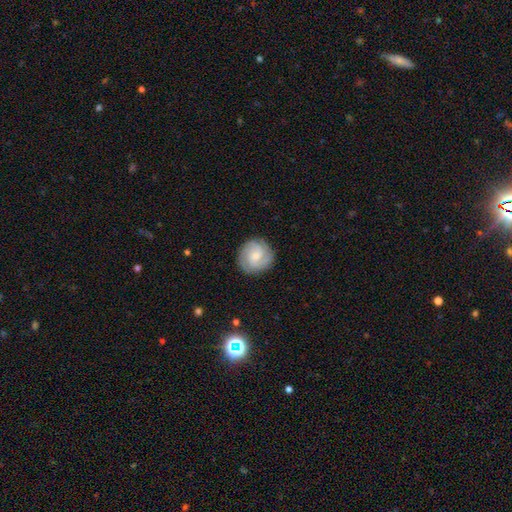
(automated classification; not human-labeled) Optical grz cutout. It shows a featured or disk galaxy (66%) with no bar (62%), 3 (44%) tight (57%) spiral arms (95%) and a small central bulge (56%). Merging: none (86%).